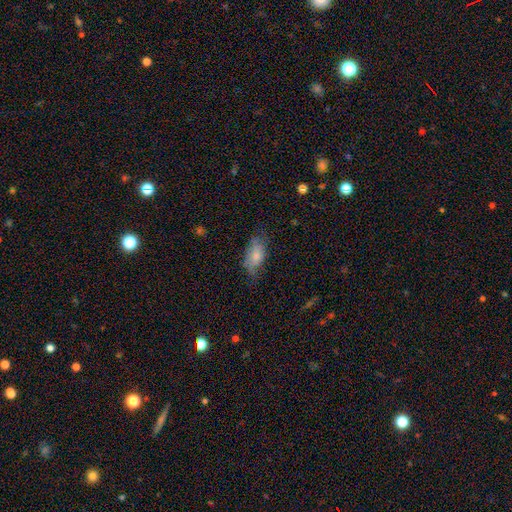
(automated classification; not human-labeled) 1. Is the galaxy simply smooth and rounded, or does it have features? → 72% smooth, 21% featured or disk, 7% star or artifact.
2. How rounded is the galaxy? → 91% in between, 6% cigar-shaped, 3% round.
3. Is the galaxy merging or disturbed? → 52% none, 33% minor disturbance, 13% major disturbance, 2% merger.